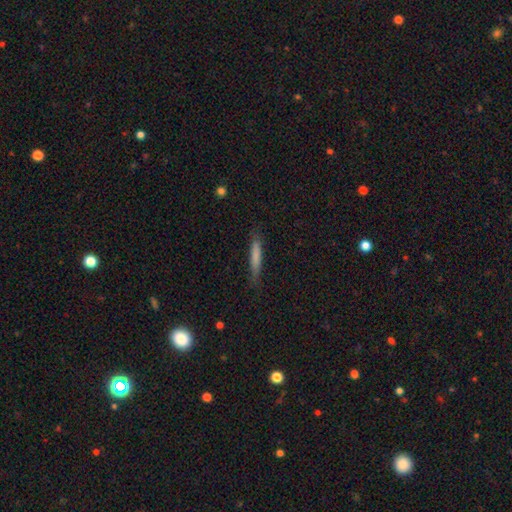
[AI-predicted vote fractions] smooth 73%, featured or disk 21%, star or artifact 6%. Down the decision tree: how rounded — cigar-shaped (93%); merging — none (82%).